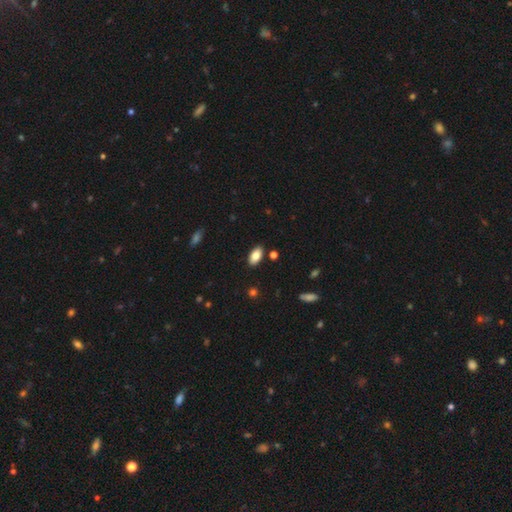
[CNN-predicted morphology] This appears to be a smooth galaxy with no disk features (84%) that is in between round and cigar-shaped (93%). Merging: none (87%).